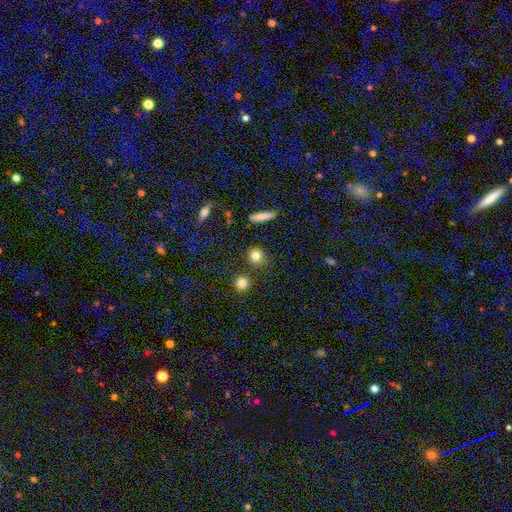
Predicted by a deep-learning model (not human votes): Smooth or featured? smooth (82%)
How rounded? round (85%)
Merging? none (85%)